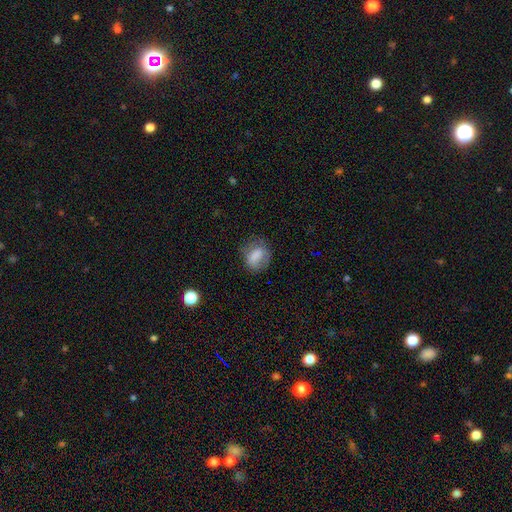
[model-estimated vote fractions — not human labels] Smooth or featured? Predicted: smooth (p=0.75). How rounded? Predicted: in between (p=0.54). Merging? Predicted: none (p=0.63).